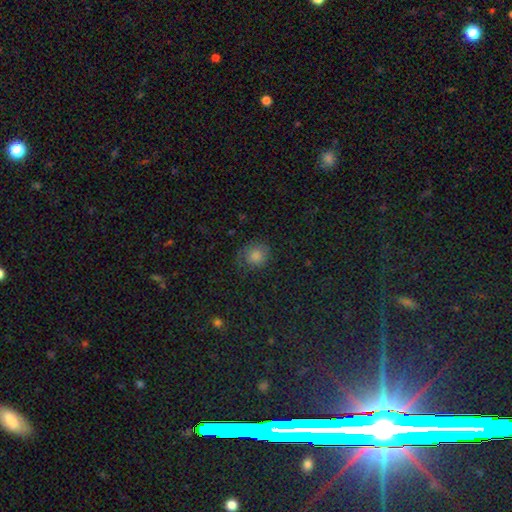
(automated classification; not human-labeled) Smooth or featured? Predicted: smooth (p=0.75). How rounded? Predicted: round (p=0.79). Merging? Predicted: none (p=0.71).